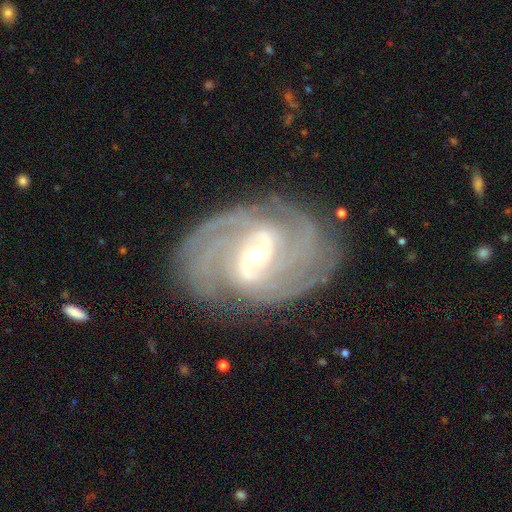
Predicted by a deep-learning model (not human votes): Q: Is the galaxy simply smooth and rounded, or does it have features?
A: featured or disk — 91%.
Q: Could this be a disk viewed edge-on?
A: no — 97%.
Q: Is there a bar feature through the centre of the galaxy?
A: weak — 47%.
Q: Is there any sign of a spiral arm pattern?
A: yes — 98%.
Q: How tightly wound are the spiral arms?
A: tight — 54%.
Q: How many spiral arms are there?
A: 2 — 43%.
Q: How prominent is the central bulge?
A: moderate — 54%.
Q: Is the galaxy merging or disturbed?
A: none — 78%.